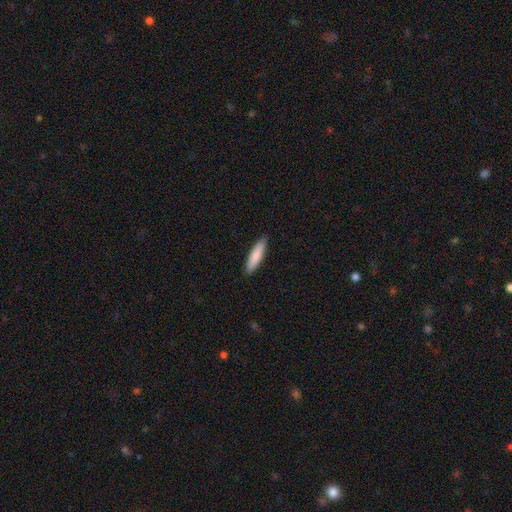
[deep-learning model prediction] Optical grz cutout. It shows a smooth galaxy with no disk features (84%) that is cigar-shaped (75%). Merging: none (89%).